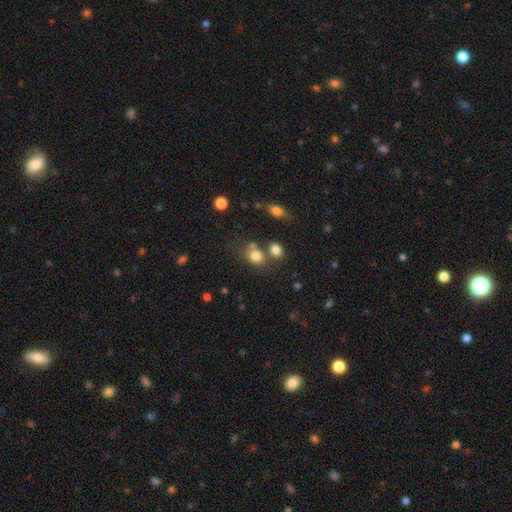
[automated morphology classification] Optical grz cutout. It shows a smooth galaxy with no disk features (78%) that is round (54%). Merging: none (56%).